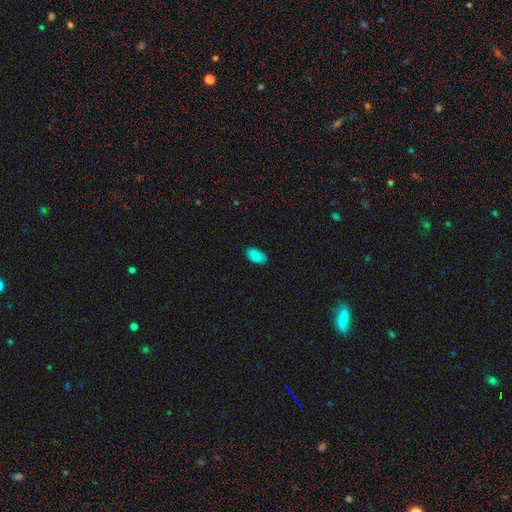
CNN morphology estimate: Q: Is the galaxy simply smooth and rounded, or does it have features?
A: smooth — 88%.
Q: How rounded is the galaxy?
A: in between — 95%.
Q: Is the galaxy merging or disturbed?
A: none — 86%.